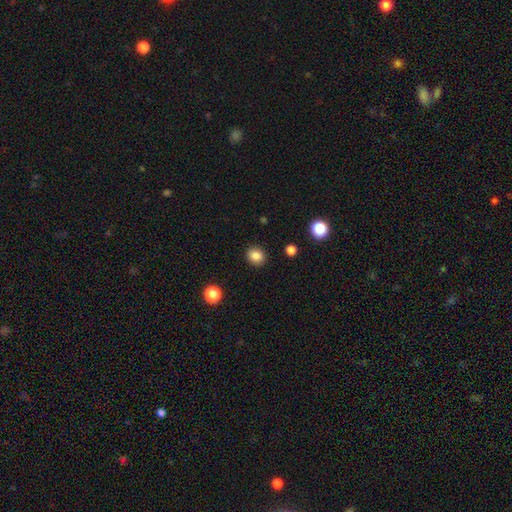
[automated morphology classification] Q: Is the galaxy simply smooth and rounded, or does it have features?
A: smooth — 85%.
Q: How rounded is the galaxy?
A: round — 73%.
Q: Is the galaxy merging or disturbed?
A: none — 90%.